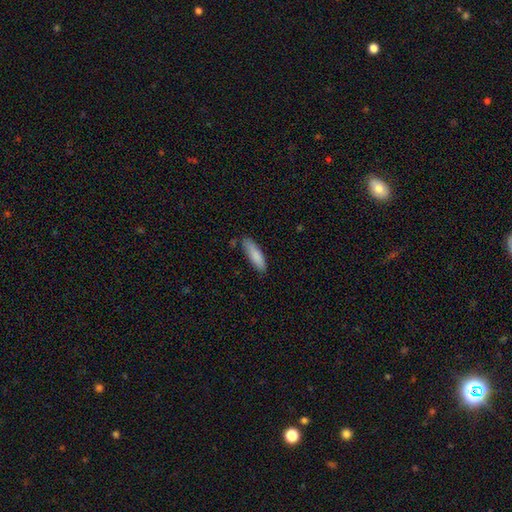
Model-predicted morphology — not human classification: Smooth or featured?
  - smooth: 85% *
  - featured or disk: 9%
  - star or artifact: 6%
How rounded?
  - cigar-shaped: 58% *
  - in between: 40%
  - round: 1%
Merging?
  - none: 72% *
  - minor disturbance: 21%
  - major disturbance: 4%
  - merger: 3%